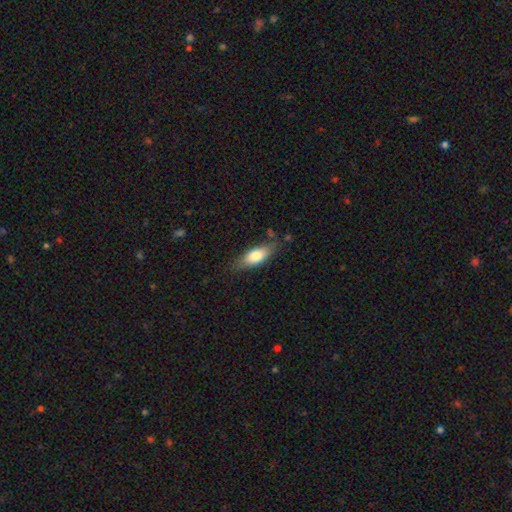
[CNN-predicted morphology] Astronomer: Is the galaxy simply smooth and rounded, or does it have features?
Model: smooth — 74%.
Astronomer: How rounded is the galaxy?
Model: in between — 72%.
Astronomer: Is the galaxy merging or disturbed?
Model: none — 74%.